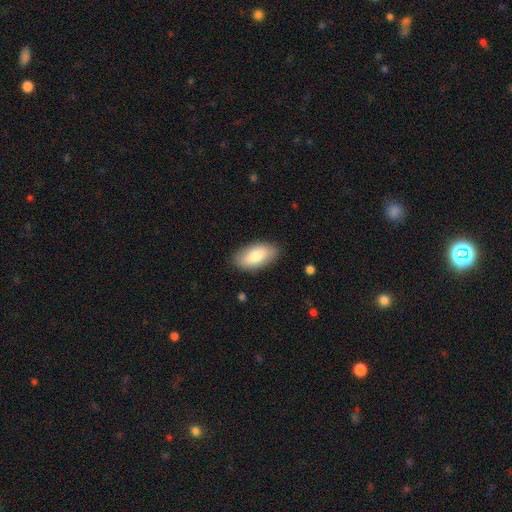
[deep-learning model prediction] This is likely a smooth galaxy (78%). How rounded: clearly in between (94%). Merging: clearly none (86%).